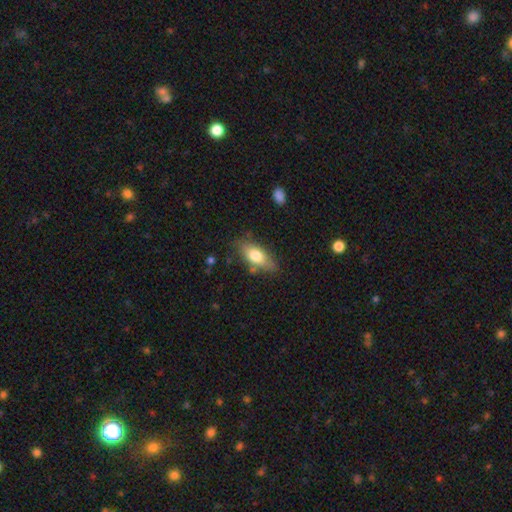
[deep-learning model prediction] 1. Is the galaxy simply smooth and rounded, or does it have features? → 71% smooth, 22% featured or disk, 7% star or artifact.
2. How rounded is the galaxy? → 81% in between, 15% cigar-shaped, 4% round.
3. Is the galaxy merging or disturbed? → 75% none, 17% minor disturbance, 4% major disturbance, 3% merger.